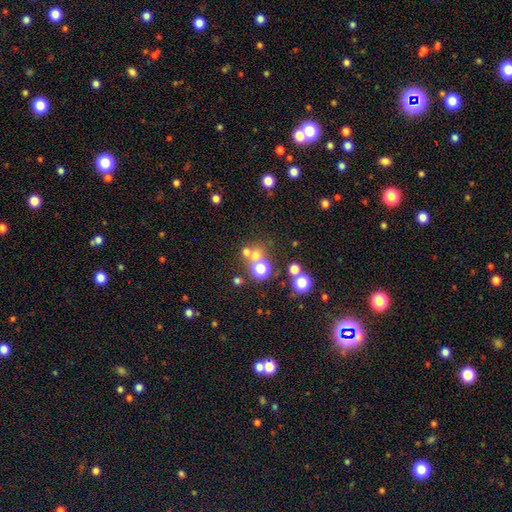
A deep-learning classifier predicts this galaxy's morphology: smooth-or-featured: smooth: 57% | star or artifact: 31% | featured or disk: 13%
  how-rounded: round: 87% | in between: 12% | cigar-shaped: 1%
  merging: none: 59% | merger: 30% | minor disturbance: 7% | major disturbance: 4%